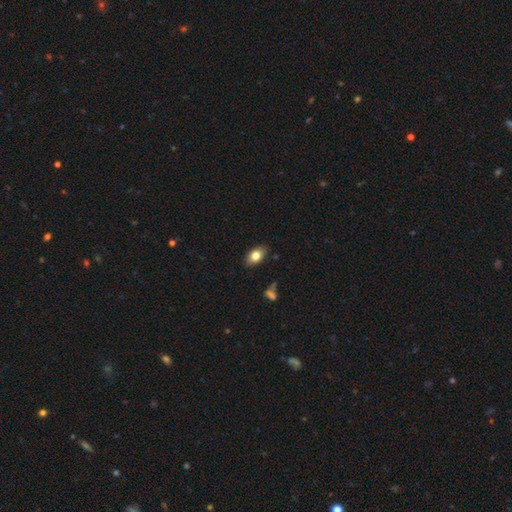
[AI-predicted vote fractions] Smooth or featured? smooth (78%)
How rounded? in between (88%)
Merging? none (84%)